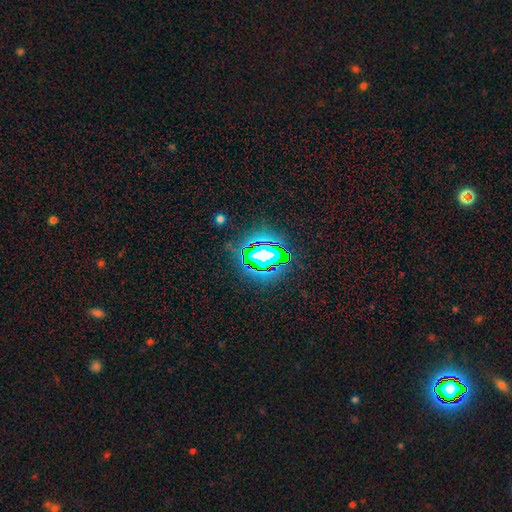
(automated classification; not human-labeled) A star or artifact, not a galaxy (80%).

Vote fractions:
- Smooth or featured? star or artifact: 80% / smooth: 12% / featured or disk: 8%